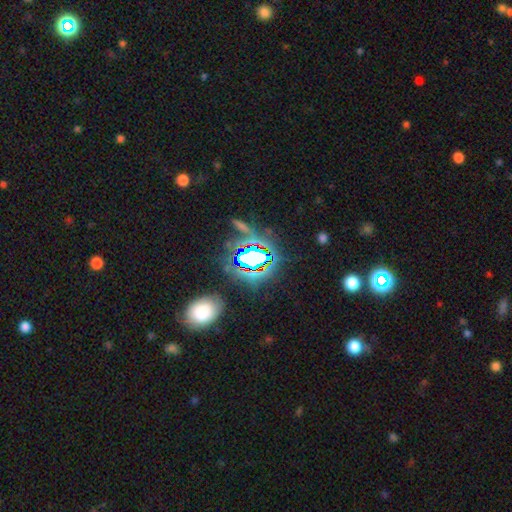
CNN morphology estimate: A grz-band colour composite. It shows a star or artifact, not a galaxy (69%).